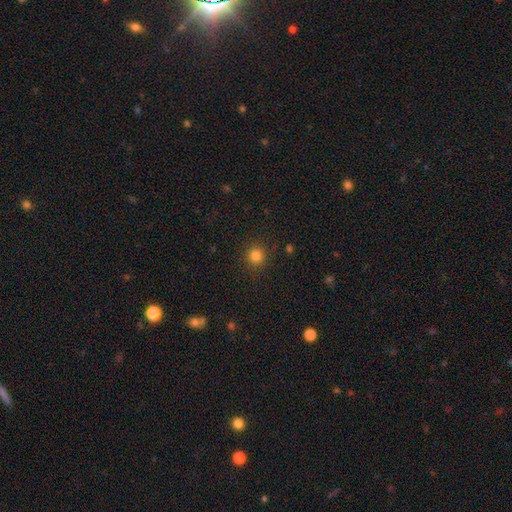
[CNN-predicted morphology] smooth_or_featured: smooth (p=0.83) [alt: star or artifact p=0.13]
how_rounded: round (p=0.92) [alt: in between p=0.07]
merging: none (p=0.90) [alt: minor disturbance p=0.06]